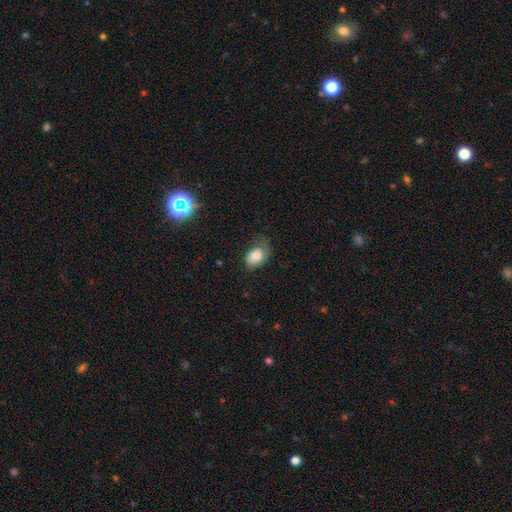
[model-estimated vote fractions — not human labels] A smooth galaxy with no disk features (78%) that is in between round and cigar-shaped (77%). Merging: none (40%).